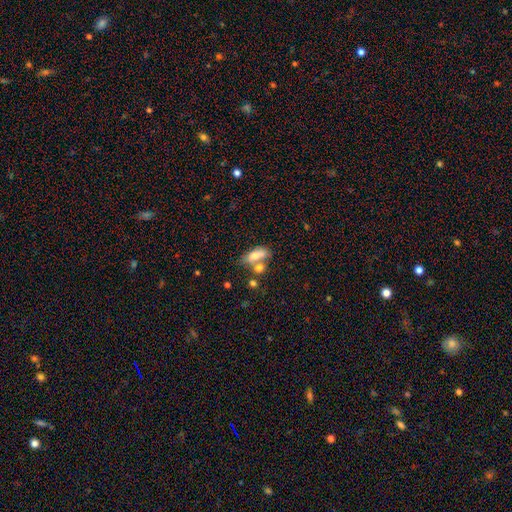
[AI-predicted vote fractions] Overall: smooth (72%). How rounded: in between (74%). Merging: none (40%; merger 38%).